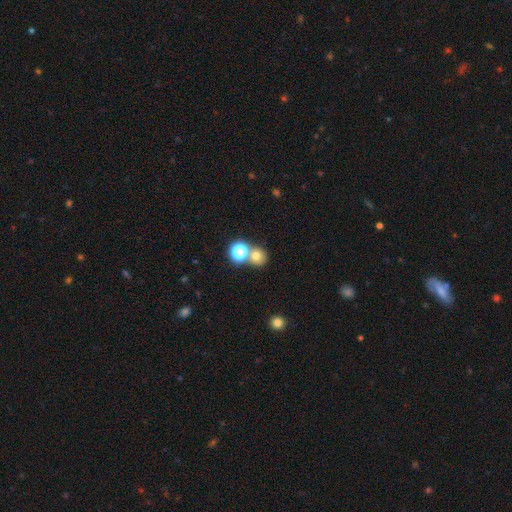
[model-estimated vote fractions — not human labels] Smooth or featured: smooth — 69% (star or artifact — 22%)
How rounded: round — 83% (in between — 16%)
Merging: none — 57% (merger — 32%)